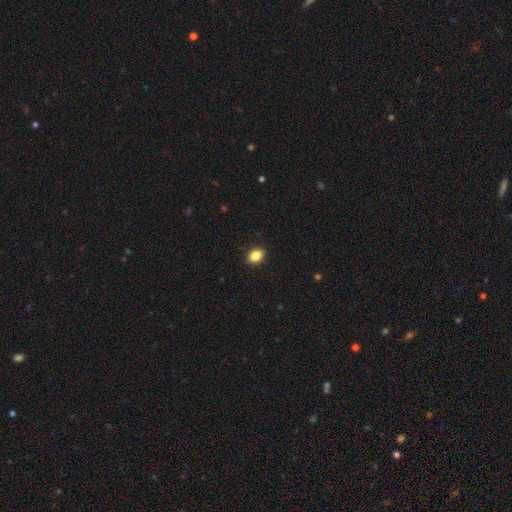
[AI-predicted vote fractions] Q: Smooth or featured?
A: smooth (86%); runner-up: star or artifact (9%)
Q: How rounded?
A: in between (73%); runner-up: round (26%)
Q: Merging?
A: none (90%); runner-up: minor disturbance (7%)